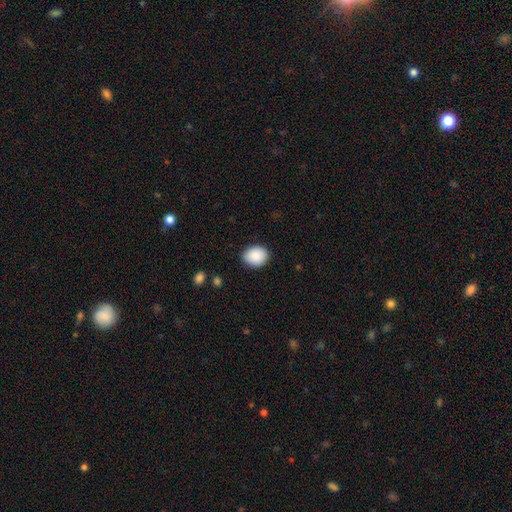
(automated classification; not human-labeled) A smooth galaxy with no disk features (89%) that is round (52%).

Vote fractions:
- Smooth or featured? smooth: 89% / star or artifact: 7% / featured or disk: 4%
- How rounded? round: 52% / in between: 47% / cigar-shaped: 1%
- Merging? none: 87% / minor disturbance: 9% / major disturbance: 2% / merger: 1%